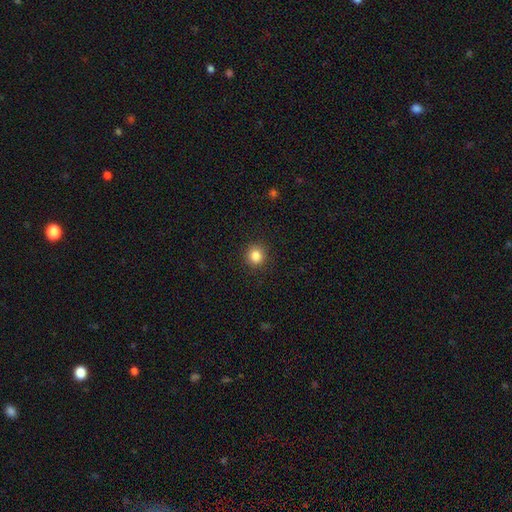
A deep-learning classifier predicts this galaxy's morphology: Overall: smooth (84%). How rounded: round (92%). Merging: none (91%).